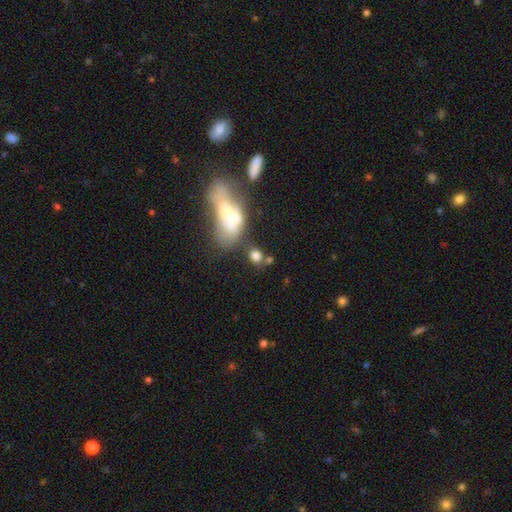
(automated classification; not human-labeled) Smooth or featured?
  - smooth: 74% *
  - featured or disk: 14%
  - star or artifact: 12%
How rounded?
  - in between: 50% *
  - round: 44%
  - cigar-shaped: 5%
Merging?
  - none: 46% *
  - merger: 28%
  - minor disturbance: 15%
  - major disturbance: 11%